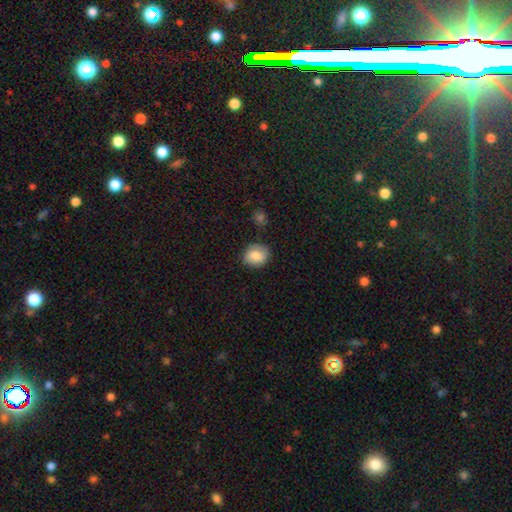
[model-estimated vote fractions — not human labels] Morphology: type=smooth (83%); roundness=round (62%); merging=none (78%).